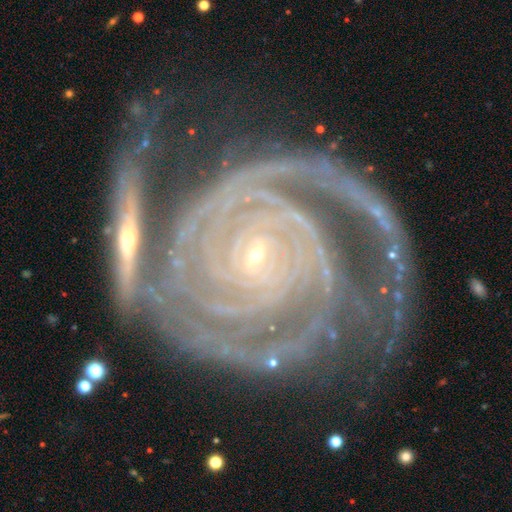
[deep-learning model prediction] The model was most divided on "spiral arm count": 2: 45%, 3: 19%, can't tell: 12%, 4: 10%, more than 4: 7%, 1: 7%. More confident: spiral arms — yes (98%); edge-on disk — no (97%); smooth or featured — featured or disk (92%); bulge size — small (89%); spiral winding — tight (82%); bar — no (72%); merging — none (50%).